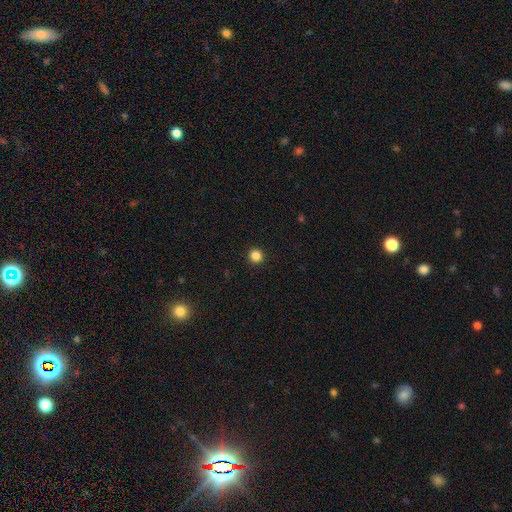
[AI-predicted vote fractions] A smooth galaxy with no disk features (85%) that is round (95%). Merging: none (93%).